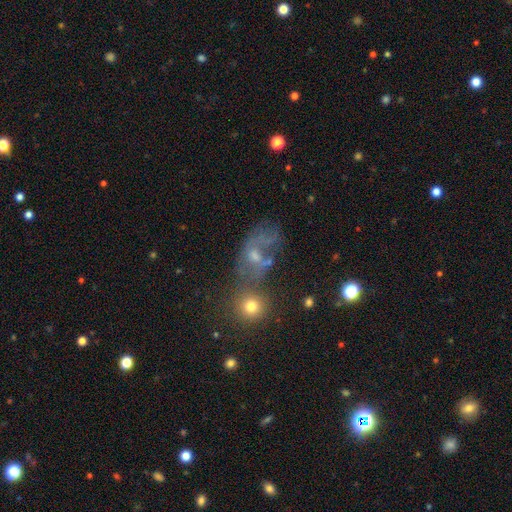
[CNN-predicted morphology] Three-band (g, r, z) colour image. It shows a featured or disk galaxy (41%). Merging: merger (29%).